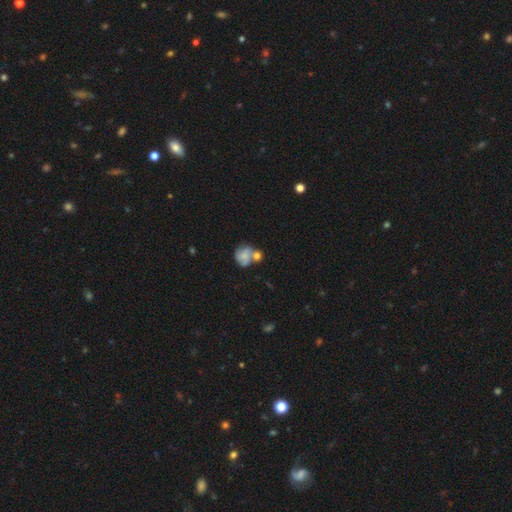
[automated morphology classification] Q: Smooth or featured?
A: smooth (54%); runner-up: featured or disk (36%)
Q: How rounded?
A: round (73%); runner-up: in between (26%)
Q: Merging?
A: merger (41%); runner-up: none (37%)